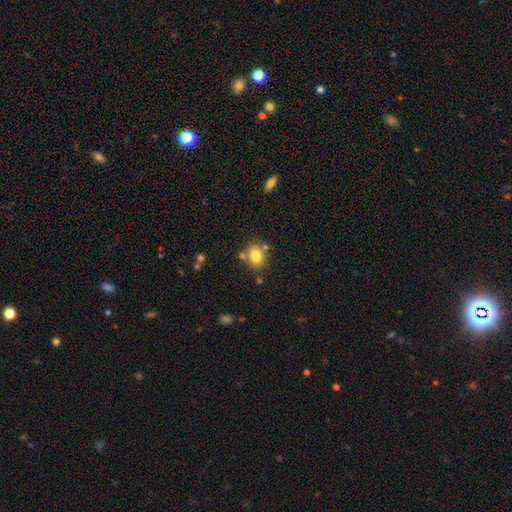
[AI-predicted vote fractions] Smooth or featured: smooth — 78% (star or artifact — 11%)
How rounded: round — 53% (in between — 46%)
Merging: none — 73% (minor disturbance — 13%)